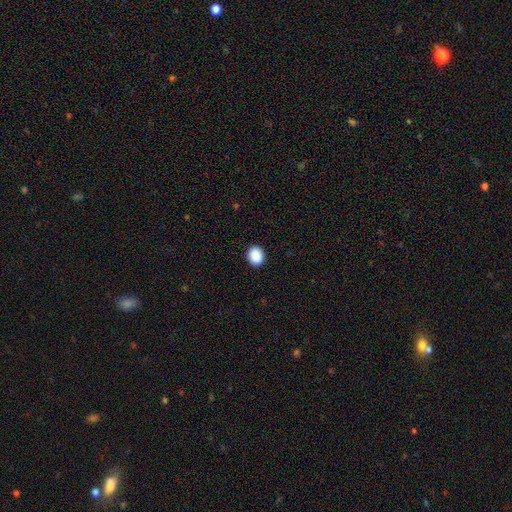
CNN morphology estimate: Smooth or featured?
  - smooth: 90% *
  - star or artifact: 8%
  - featured or disk: 2%
How rounded?
  - round: 64% *
  - in between: 36%
  - cigar-shaped: 1%
Merging?
  - none: 92% *
  - minor disturbance: 6%
  - major disturbance: 2%
  - merger: 1%